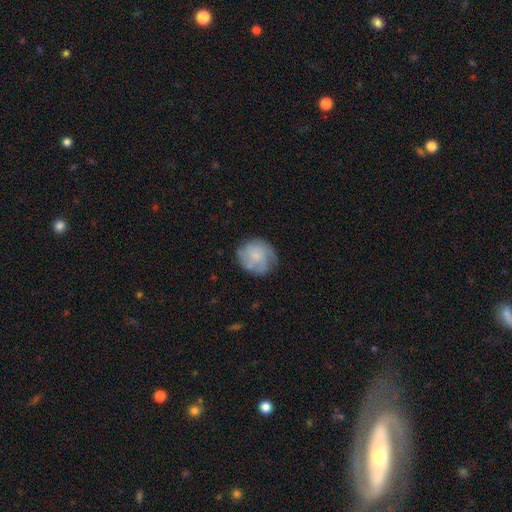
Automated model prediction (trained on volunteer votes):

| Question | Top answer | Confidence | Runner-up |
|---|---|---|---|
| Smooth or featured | smooth | 48% | featured or disk (44%) |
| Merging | none | 69% | minor disturbance (21%) |